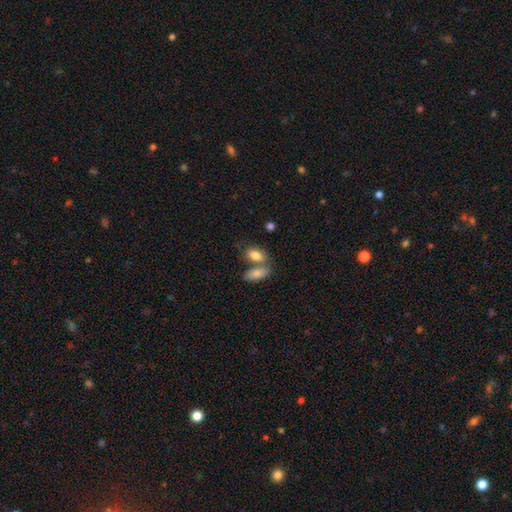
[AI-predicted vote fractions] Morphology: type=smooth (82%); roundness=in between (90%); merging=merger (43%).